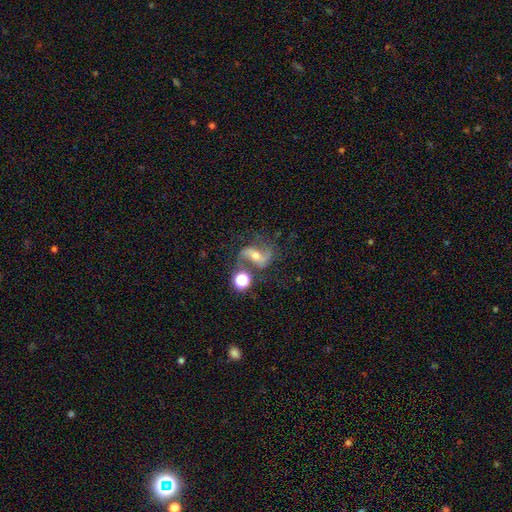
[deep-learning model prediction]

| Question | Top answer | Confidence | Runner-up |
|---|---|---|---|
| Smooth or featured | featured or disk | 83% | star or artifact (9%) |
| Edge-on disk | no | 97% | yes (3%) |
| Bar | strong | 37% | weak (35%) |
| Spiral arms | yes | 96% | no (4%) |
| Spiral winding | loose | 53% | medium (37%) |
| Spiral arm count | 2 | 91% | can't tell (3%) |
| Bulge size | moderate | 55% | small (39%) |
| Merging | none | 61% | minor disturbance (16%) |